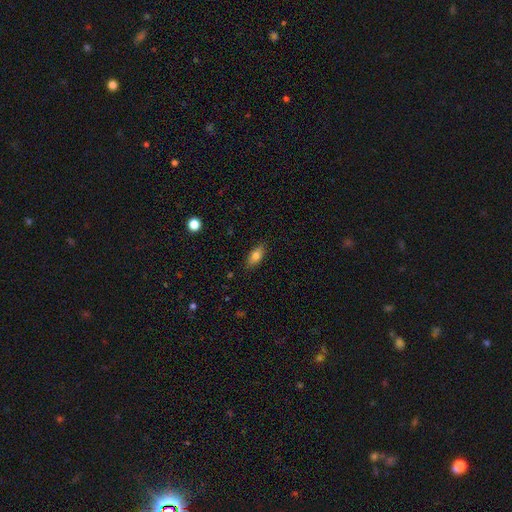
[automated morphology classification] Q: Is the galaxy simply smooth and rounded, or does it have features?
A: smooth — 77%.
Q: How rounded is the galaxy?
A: in between — 83%.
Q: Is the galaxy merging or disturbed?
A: none — 86%.